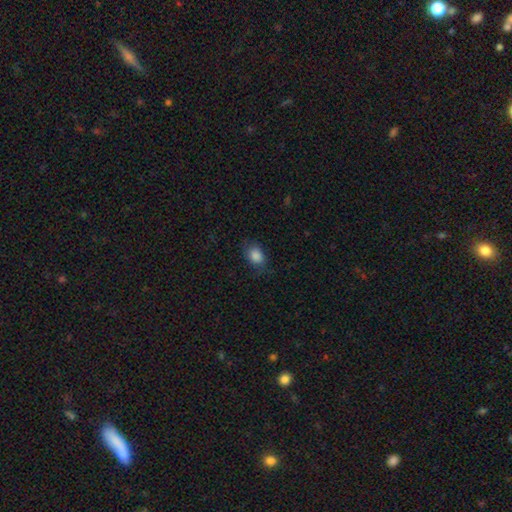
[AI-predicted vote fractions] A smooth galaxy with no disk features (87%) that is in between round and cigar-shaped (73%). Merging: none (74%).